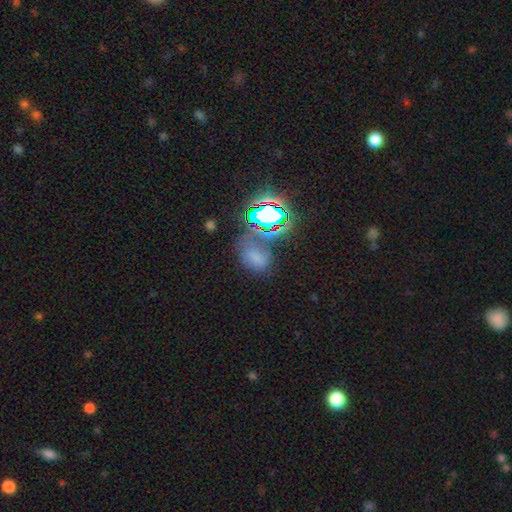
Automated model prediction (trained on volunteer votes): The model was most divided on "smooth or featured": smooth: 51%, star or artifact: 37%, featured or disk: 12%. More confident: how rounded — in between (69%); merging — none (55%).